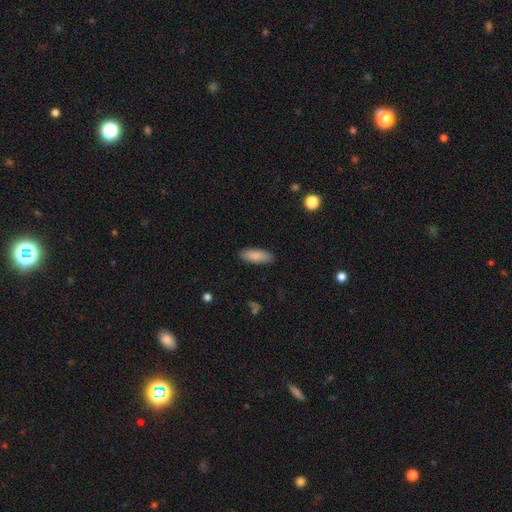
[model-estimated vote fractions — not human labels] The model was most divided on "how rounded": in between: 72%, cigar-shaped: 26%, round: 2%. More confident: merging — none (89%); smooth or featured — smooth (87%).